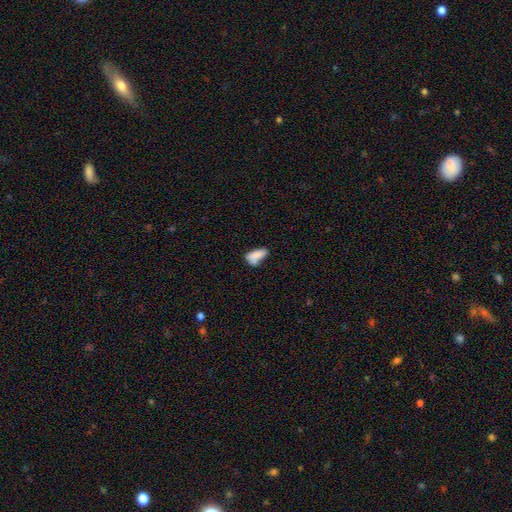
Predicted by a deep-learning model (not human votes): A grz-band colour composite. It shows a smooth galaxy with no disk features (78%) that is in between round and cigar-shaped (85%). Merging: none (38%).